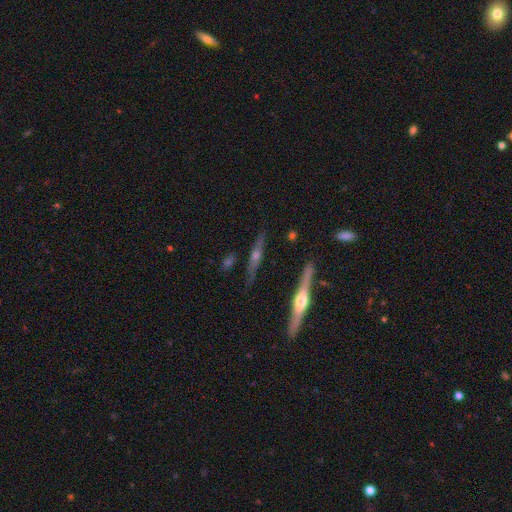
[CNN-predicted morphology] This is likely a featured or disk galaxy (77%). It is clearly viewed edge-on (96%). Edge-on bulge: clearly rounded (91%). Merging: clearly none (85%).